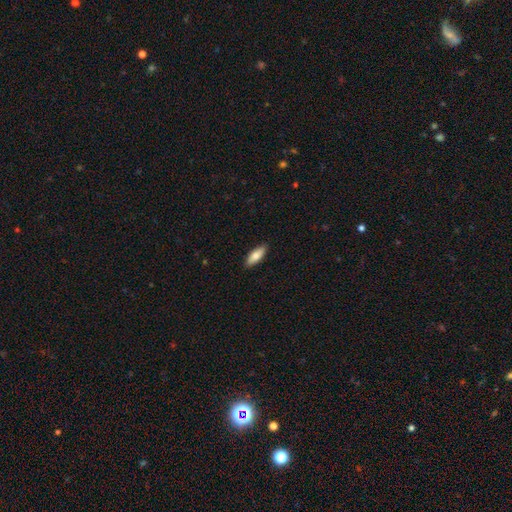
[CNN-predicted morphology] Smooth or featured?
  - smooth: 80% *
  - featured or disk: 14%
  - star or artifact: 6%
How rounded?
  - in between: 68% *
  - cigar-shaped: 30%
  - round: 2%
Merging?
  - none: 89% *
  - minor disturbance: 8%
  - major disturbance: 2%
  - merger: 1%